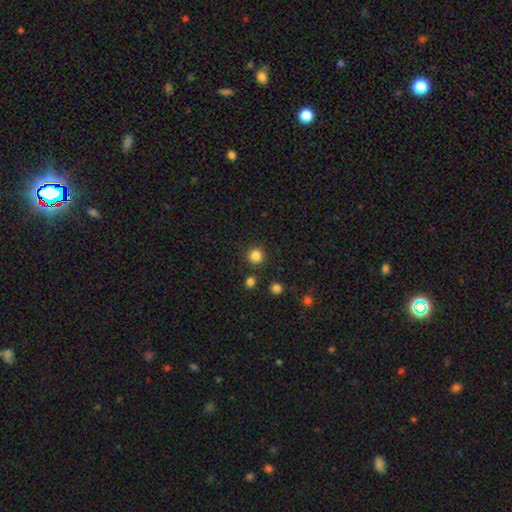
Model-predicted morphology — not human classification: smooth 84%, star or artifact 12%, featured or disk 4%. Down the decision tree: how rounded — round (94%); merging — none (88%).